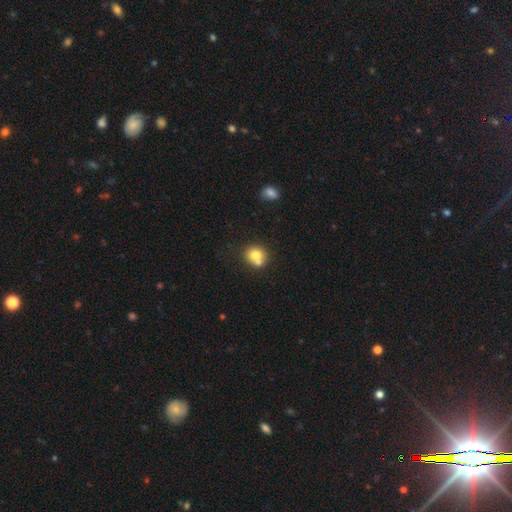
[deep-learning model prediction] Smooth or featured? smooth (74%)
How rounded? round (81%)
Merging? none (47%)